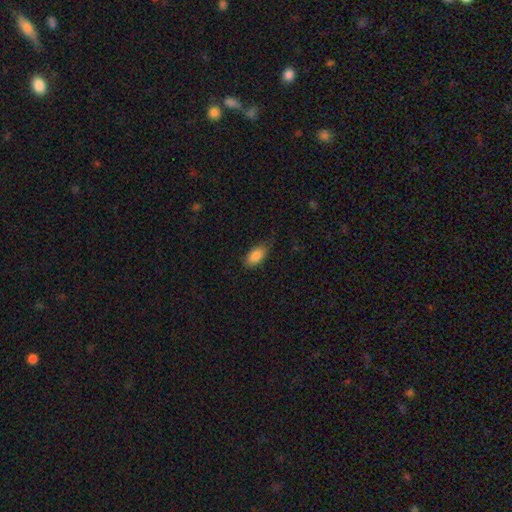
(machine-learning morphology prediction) smooth_or_featured: smooth (p=0.86) [alt: featured or disk p=0.07]
how_rounded: in between (p=0.90) [alt: cigar-shaped p=0.06]
merging: none (p=0.72) [alt: minor disturbance p=0.22]